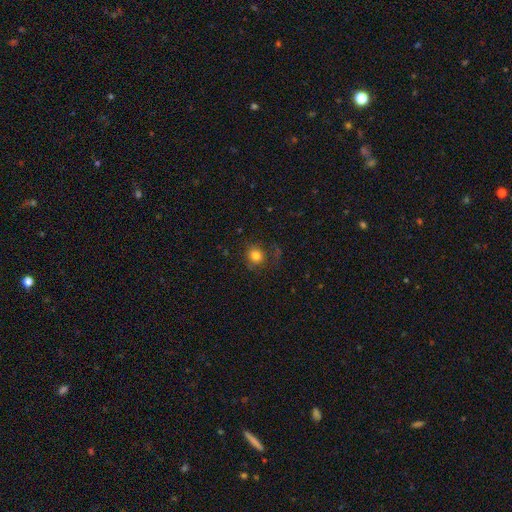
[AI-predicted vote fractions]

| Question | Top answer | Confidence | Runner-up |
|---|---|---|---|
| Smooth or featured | smooth | 80% | star or artifact (12%) |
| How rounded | round | 86% | in between (13%) |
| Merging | none | 74% | minor disturbance (15%) |